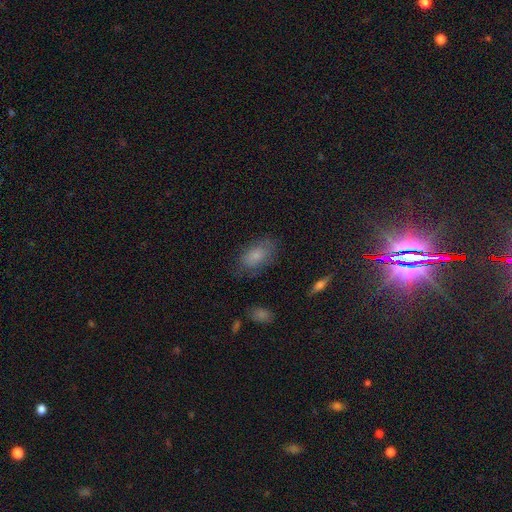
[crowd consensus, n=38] Morphology: type=smooth (66%); roundness=in between (96%); merging=none (74%).